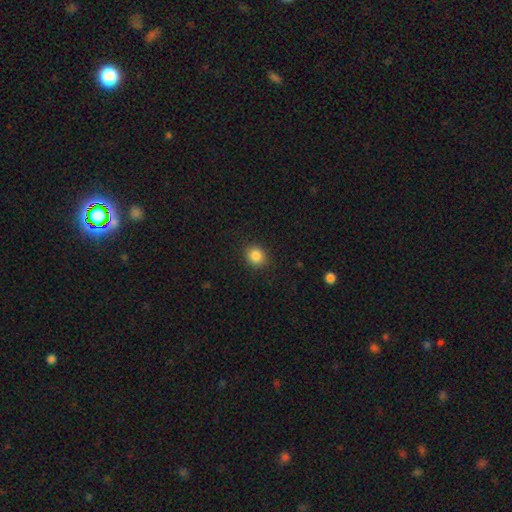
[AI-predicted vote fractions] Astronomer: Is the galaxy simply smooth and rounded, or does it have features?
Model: smooth — 86%.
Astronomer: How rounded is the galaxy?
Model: round — 74%.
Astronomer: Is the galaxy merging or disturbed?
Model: none — 90%.